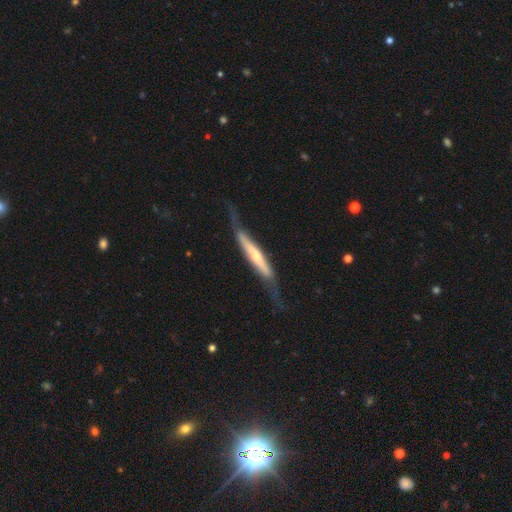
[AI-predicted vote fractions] A featured or disk galaxy (67%) viewed edge-on (78%) with a rounded central bulge (53%). Merging: none (57%).